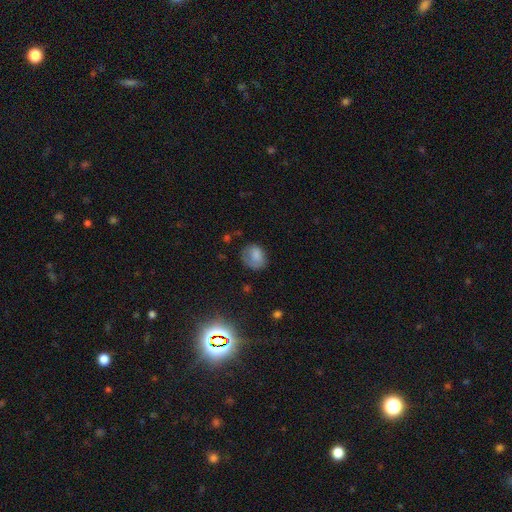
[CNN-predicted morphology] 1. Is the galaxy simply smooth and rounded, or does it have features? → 77% smooth, 13% featured or disk, 10% star or artifact.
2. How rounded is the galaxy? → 57% round, 42% in between, 1% cigar-shaped.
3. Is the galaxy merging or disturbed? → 57% none, 27% minor disturbance, 14% major disturbance, 2% merger.